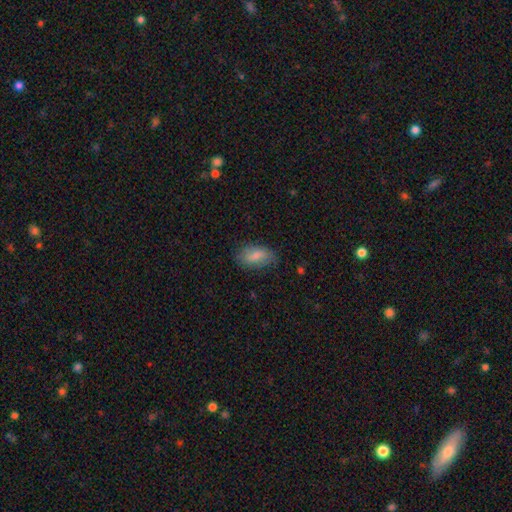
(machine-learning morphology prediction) type=smooth (78%); roundness=in between (92%); merging=none (73%).